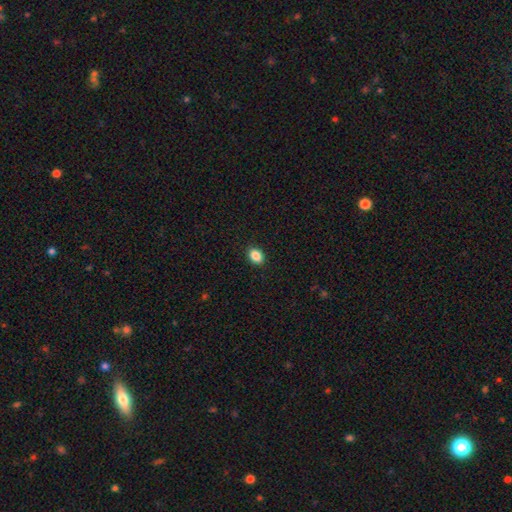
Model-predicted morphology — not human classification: Smooth or featured: smooth — 87% (star or artifact — 9%)
How rounded: in between — 72% (round — 27%)
Merging: none — 90% (minor disturbance — 7%)